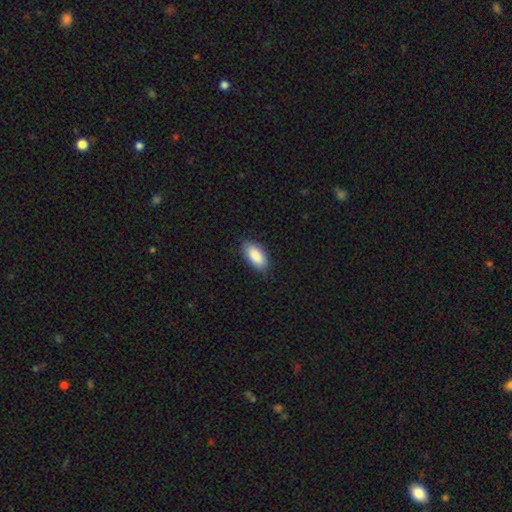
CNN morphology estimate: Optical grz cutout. It shows a smooth galaxy with no disk features (88%) that is in between round and cigar-shaped (90%). Merging: none (85%).